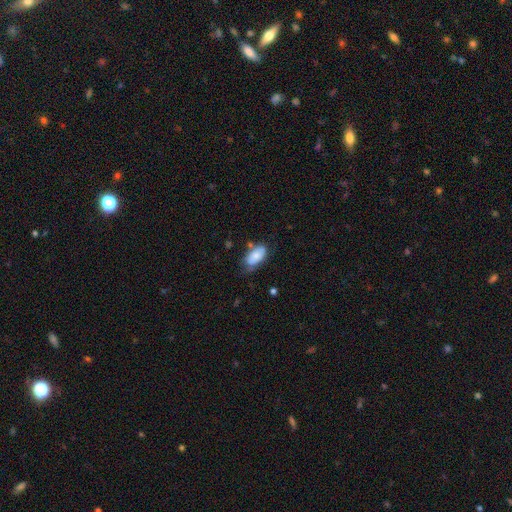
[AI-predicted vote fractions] This is likely a smooth galaxy (77%). How rounded: clearly in between (94%). Merging: possibly none (54%).